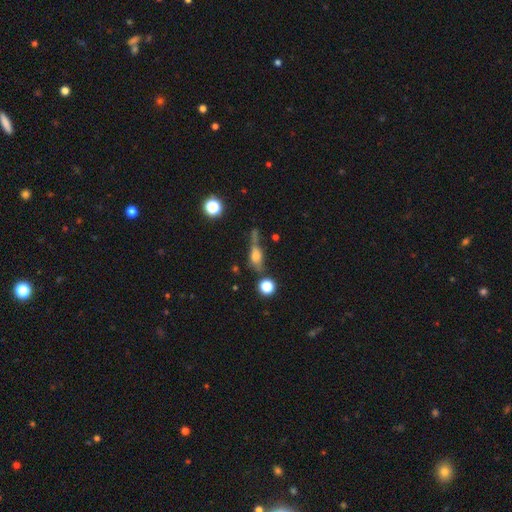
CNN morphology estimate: Smooth or featured? Predicted: smooth (p=0.56). How rounded? Predicted: in between (p=0.55). Merging? Predicted: none (p=0.41).